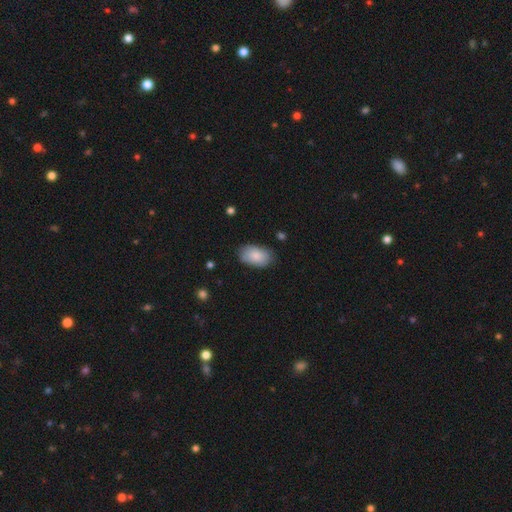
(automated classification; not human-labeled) Smooth or featured? smooth (84%)
How rounded? in between (93%)
Merging? none (79%)